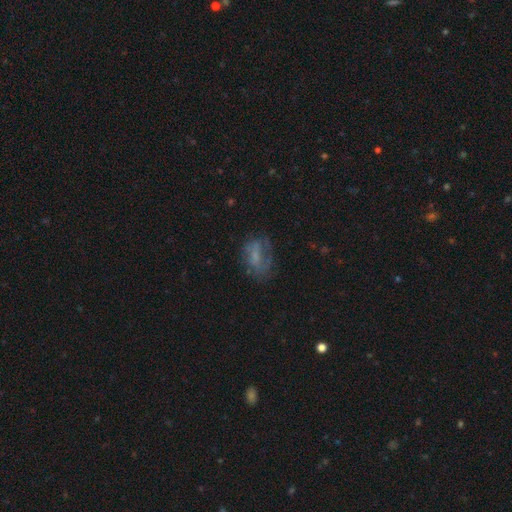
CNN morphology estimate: The model was most divided on "smooth or featured": featured or disk: 44%, smooth: 42%, star or artifact: 14%. Remaining: merging — none (50%).